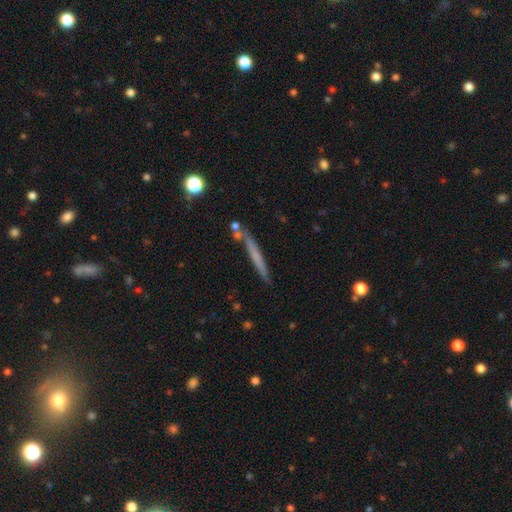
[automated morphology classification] Q: Smooth or featured?
A: smooth (53%); runner-up: featured or disk (39%)
Q: How rounded?
A: cigar-shaped (95%); runner-up: in between (3%)
Q: Merging?
A: none (81%); runner-up: minor disturbance (11%)